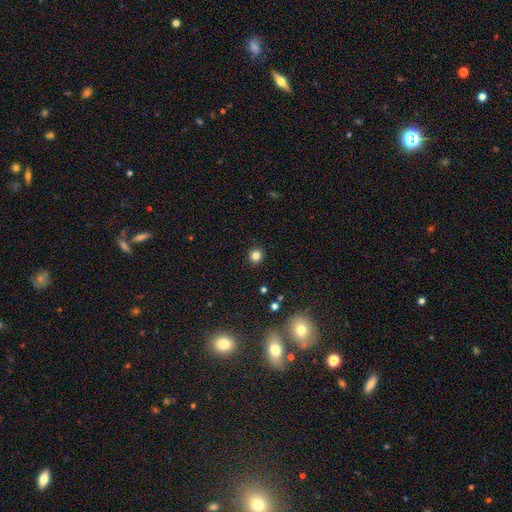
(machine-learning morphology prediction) type=smooth (81%); roundness=round (90%); merging=none (92%).